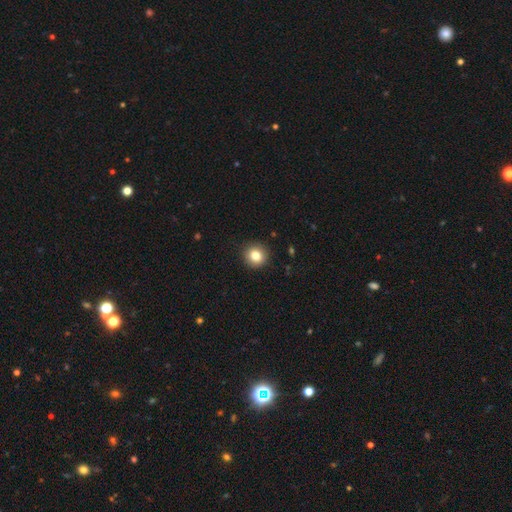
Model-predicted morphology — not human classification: smooth_or_featured: smooth (p=0.83) [alt: star or artifact p=0.10]
how_rounded: round (p=0.93) [alt: in between p=0.06]
merging: none (p=0.92) [alt: minor disturbance p=0.06]